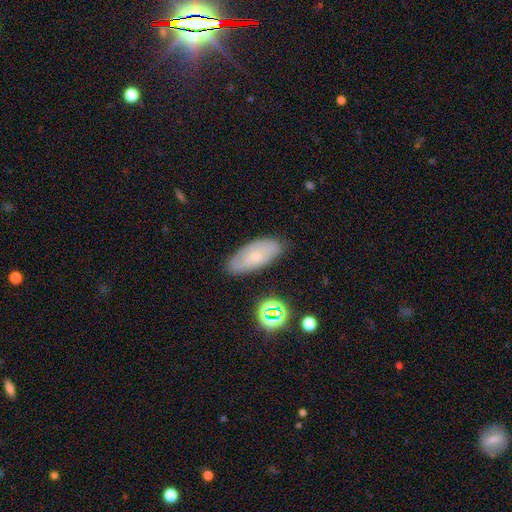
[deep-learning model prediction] The model was most divided on "smooth or featured": smooth: 56%, featured or disk: 34%, star or artifact: 10%. More confident: how rounded — in between (85%); merging — none (79%).